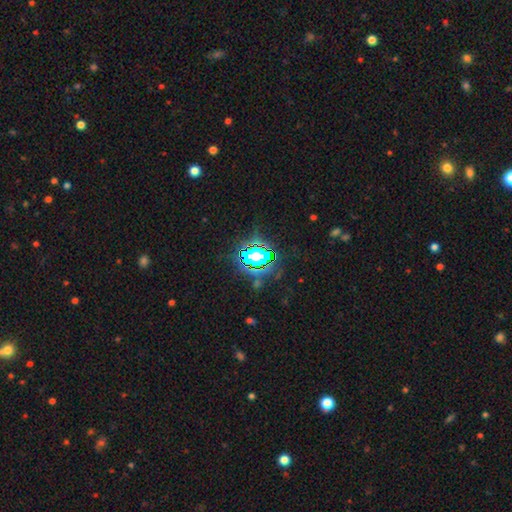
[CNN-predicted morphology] A star or artifact, not a galaxy (79%).